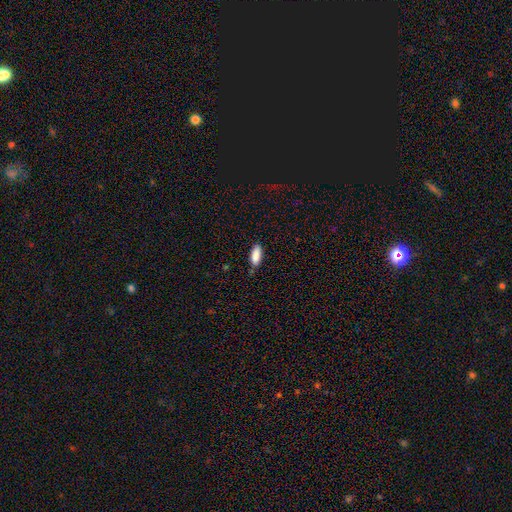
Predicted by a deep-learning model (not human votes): This appears to be a smooth galaxy with no disk features (88%) that is in between round and cigar-shaped (76%). Merging: none (79%).